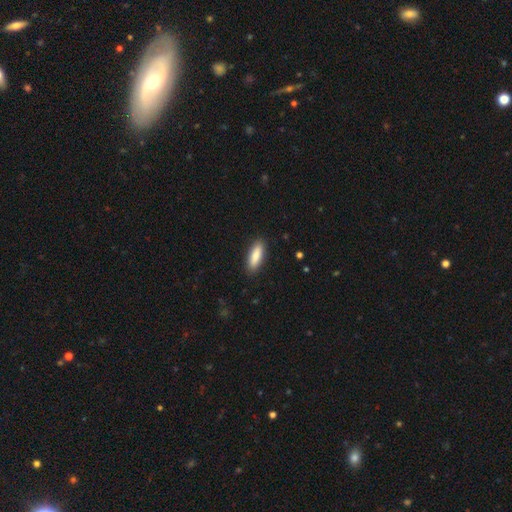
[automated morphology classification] Smooth or featured? smooth (85%)
How rounded? in between (55%)
Merging? none (89%)